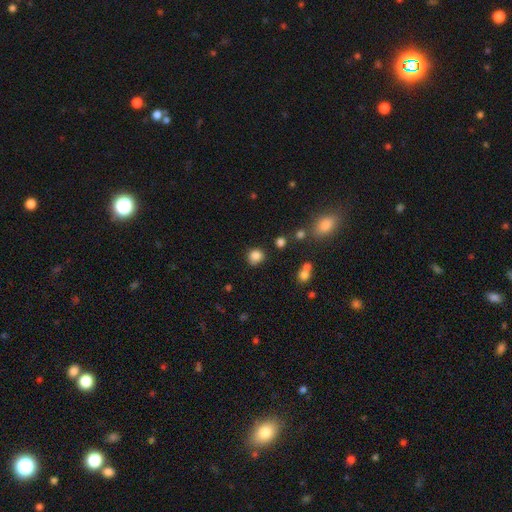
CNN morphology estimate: smooth-or-featured: smooth: 84% | star or artifact: 11% | featured or disk: 5%
  how-rounded: round: 84% | in between: 15% | cigar-shaped: 1%
  merging: none: 80% | minor disturbance: 13% | merger: 4% | major disturbance: 3%